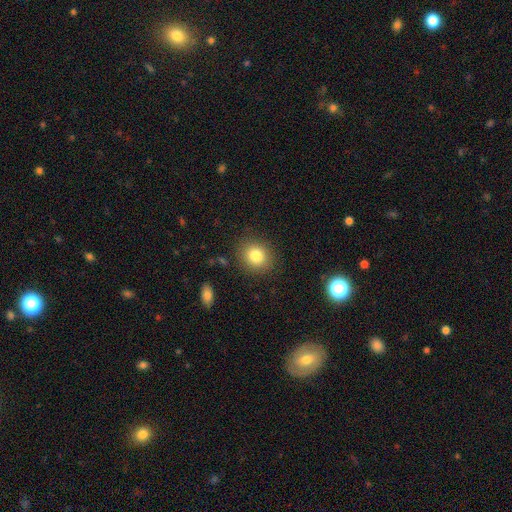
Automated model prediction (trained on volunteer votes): Morphology: type=smooth (81%); roundness=round (76%); merging=none (87%).